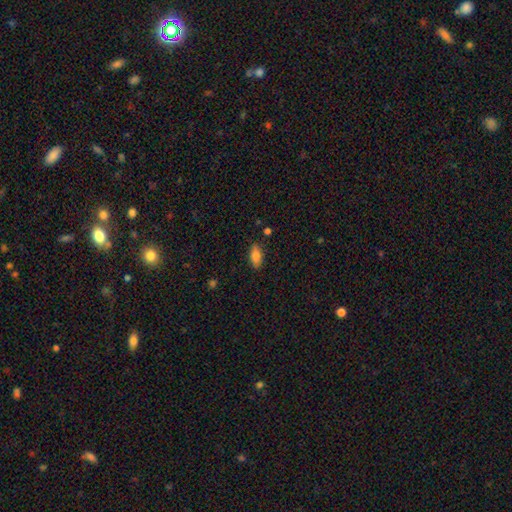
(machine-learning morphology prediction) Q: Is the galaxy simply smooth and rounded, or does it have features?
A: smooth — 84%.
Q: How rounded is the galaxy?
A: in between — 88%.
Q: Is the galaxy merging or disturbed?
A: none — 84%.